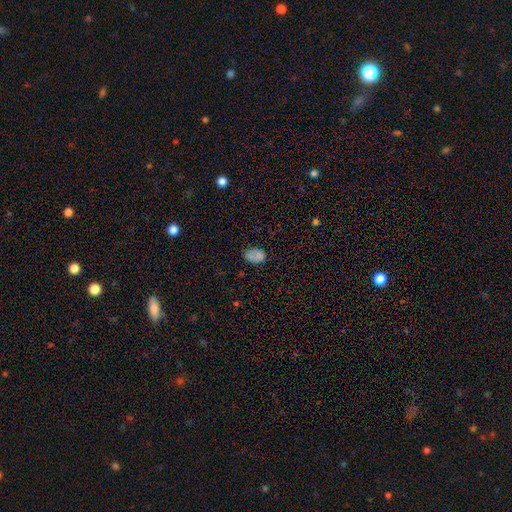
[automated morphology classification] Smooth or featured: smooth — 76% (star or artifact — 15%)
How rounded: in between — 80% (round — 19%)
Merging: none — 69% (minor disturbance — 22%)